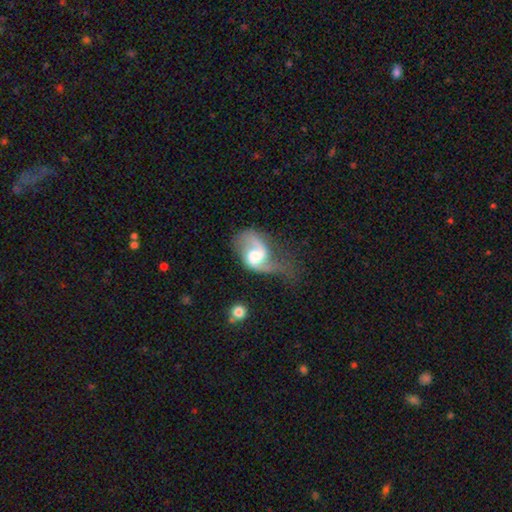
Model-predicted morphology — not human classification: The model was most divided on "merging": major disturbance: 39%, none: 30%, minor disturbance: 25%, merger: 6%. Remaining: edge-on disk — no (98%); spiral arms — yes (93%); smooth or featured — featured or disk (80%); spiral arm count — 2 (78%); spiral winding — loose (53%); bar — weak (51%); bulge size — moderate (43%).